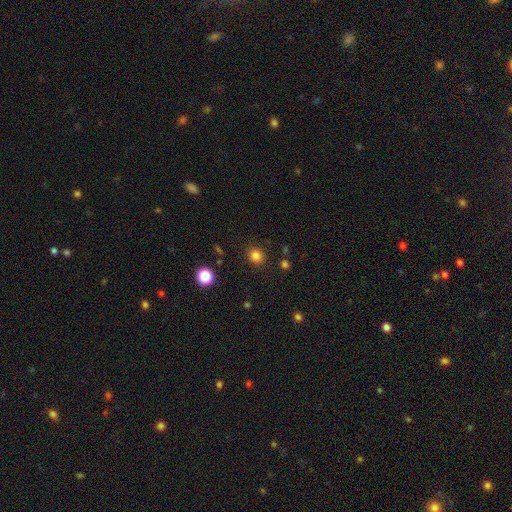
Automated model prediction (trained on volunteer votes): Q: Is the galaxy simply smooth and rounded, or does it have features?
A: smooth — 82%.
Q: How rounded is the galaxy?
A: round — 82%.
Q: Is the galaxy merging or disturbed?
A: none — 88%.